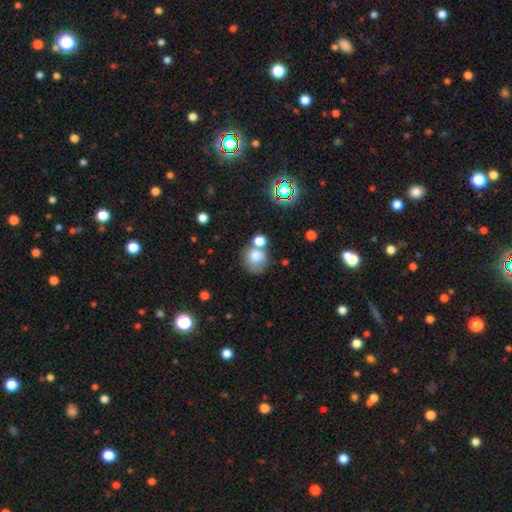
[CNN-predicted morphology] Smooth or featured? Predicted: smooth (p=0.77). How rounded? Predicted: round (p=0.81). Merging? Predicted: none (p=0.49).